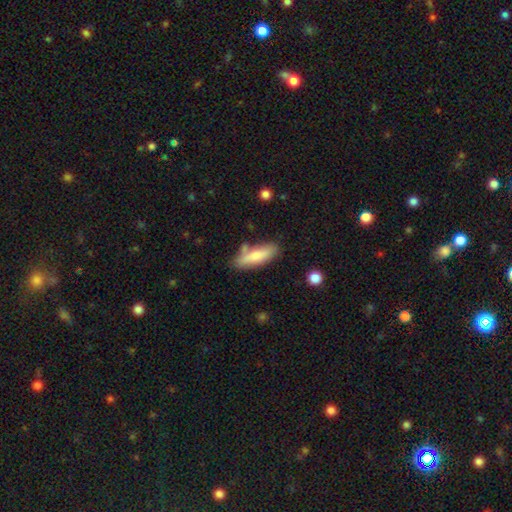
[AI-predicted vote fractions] Morphology: type=smooth (73%); roundness=cigar-shaped (53%); merging=none (67%).